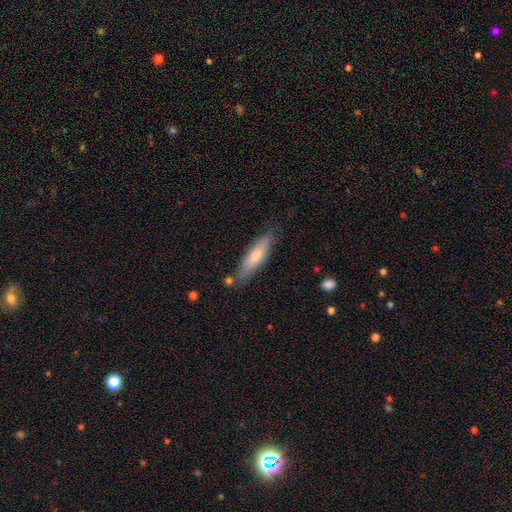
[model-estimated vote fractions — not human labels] Smooth or featured? Predicted: smooth (p=0.68). How rounded? Predicted: cigar-shaped (p=0.73). Merging? Predicted: none (p=0.77).